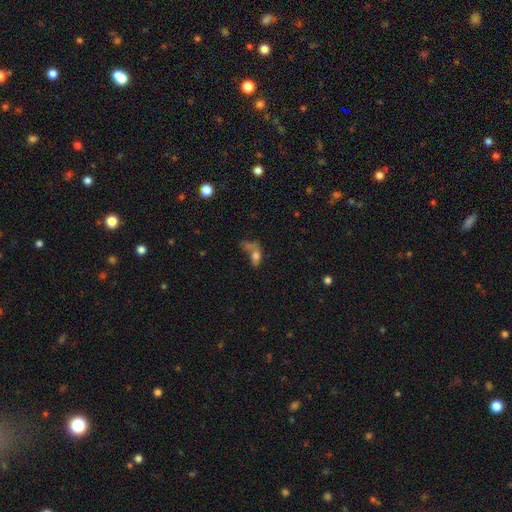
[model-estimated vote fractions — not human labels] smooth_or_featured: smooth (p=0.42) [alt: star or artifact p=0.30]
merging: none (p=0.38) [alt: merger p=0.28]